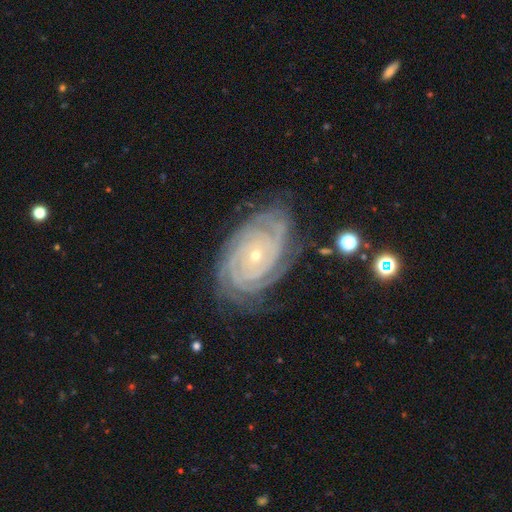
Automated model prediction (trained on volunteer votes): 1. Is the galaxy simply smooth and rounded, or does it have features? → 91% featured or disk, 5% star or artifact, 4% smooth.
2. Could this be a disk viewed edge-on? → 97% no, 3% yes.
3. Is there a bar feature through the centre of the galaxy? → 77% no, 15% weak, 8% strong.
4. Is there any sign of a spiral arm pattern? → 98% yes, 2% no.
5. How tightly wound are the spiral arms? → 87% tight, 12% medium, 2% loose.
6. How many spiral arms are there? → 27% 4, 19% 3, 17% can't tell, 16% more than 4, 14% 2, 7% 1.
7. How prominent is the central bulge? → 80% small, 17% moderate, 1% large, 1% none, 1% dominant.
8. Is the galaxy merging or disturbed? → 77% none, 16% minor disturbance, 5% major disturbance, 2% merger.